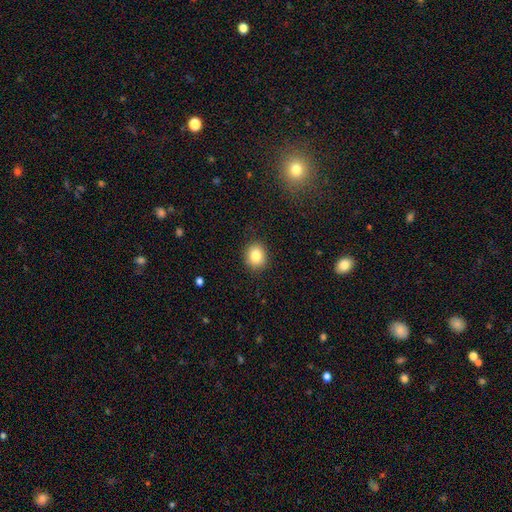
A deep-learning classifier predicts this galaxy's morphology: smooth_or_featured: smooth (p=0.83) [alt: star or artifact p=0.10]
how_rounded: round (p=0.73) [alt: in between p=0.26]
merging: none (p=0.89) [alt: minor disturbance p=0.08]